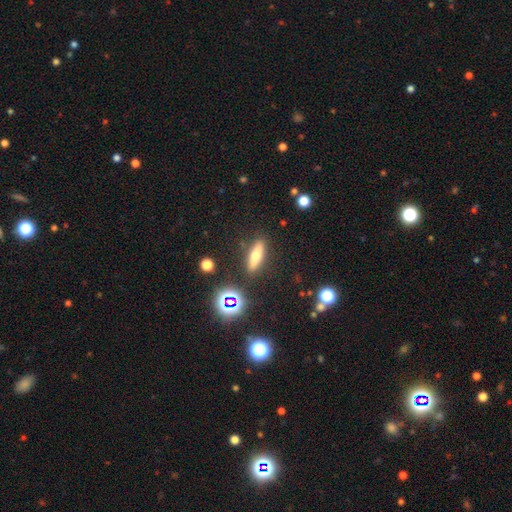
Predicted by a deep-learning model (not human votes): Q: Smooth or featured?
A: smooth (52%); runner-up: featured or disk (35%)
Q: How rounded?
A: cigar-shaped (63%); runner-up: in between (33%)
Q: Merging?
A: none (86%); runner-up: minor disturbance (8%)